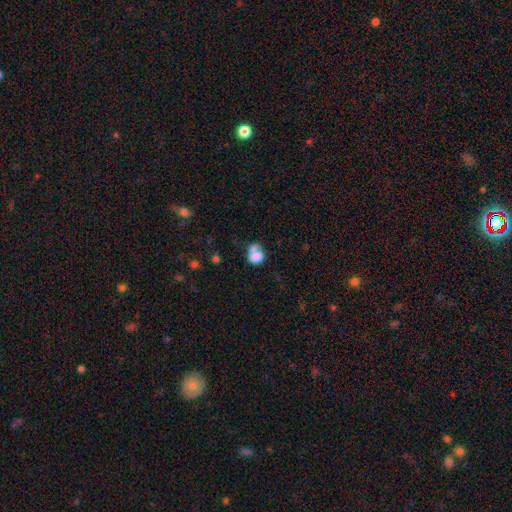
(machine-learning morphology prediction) Overall: smooth (76%). How rounded: round (50%; in between 49%). Merging: merger (55%; none 25%).